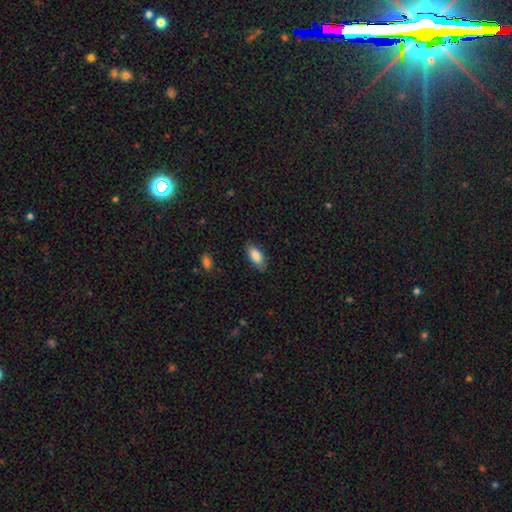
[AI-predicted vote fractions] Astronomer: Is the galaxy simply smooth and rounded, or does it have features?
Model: smooth — 86%.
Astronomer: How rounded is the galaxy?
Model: in between — 87%.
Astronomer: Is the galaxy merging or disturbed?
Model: none — 84%.